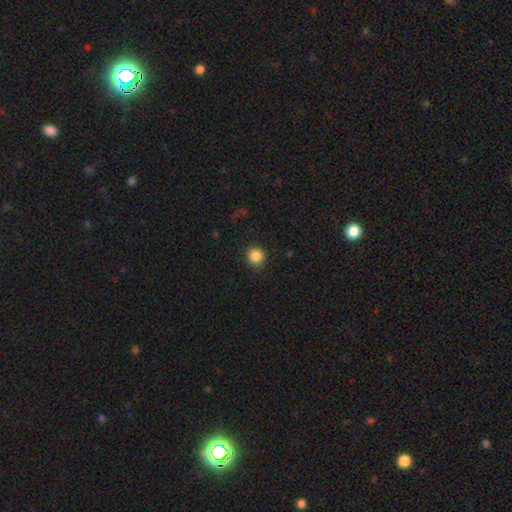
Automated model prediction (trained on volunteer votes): A smooth galaxy with no disk features (86%) that is round (90%).

Vote fractions:
- Smooth or featured? smooth: 86% / star or artifact: 11% / featured or disk: 4%
- How rounded? round: 90% / in between: 9% / cigar-shaped: 1%
- Merging? none: 85% / minor disturbance: 11% / major disturbance: 3% / merger: 1%